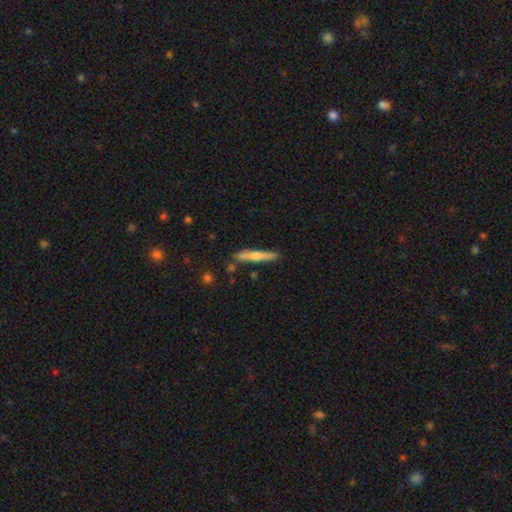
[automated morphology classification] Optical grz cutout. It shows a featured or disk galaxy (47%). Merging: none (84%).